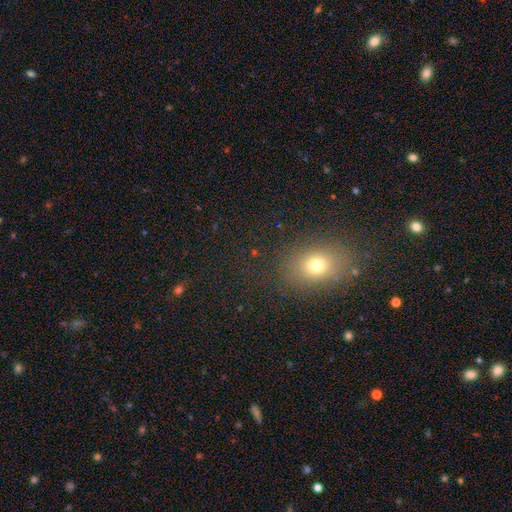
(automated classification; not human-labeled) Smooth or featured?
  - smooth: 68% *
  - star or artifact: 24%
  - featured or disk: 8%
How rounded?
  - in between: 59% *
  - round: 39%
  - cigar-shaped: 2%
Merging?
  - none: 87% *
  - minor disturbance: 9%
  - major disturbance: 3%
  - merger: 1%